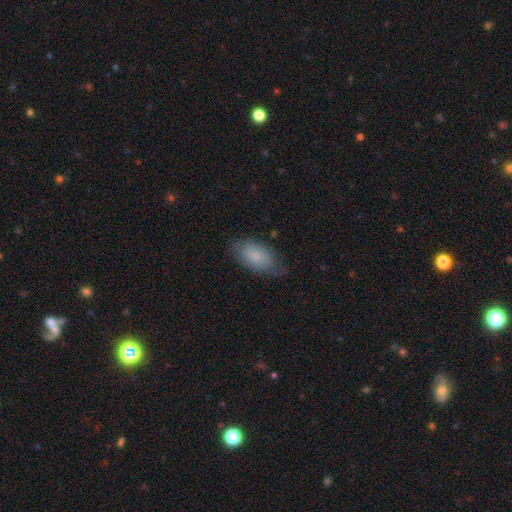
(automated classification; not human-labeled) A smooth galaxy with no disk features (82%) that is in between round and cigar-shaped (92%).

Vote fractions:
- Smooth or featured? smooth: 82% / featured or disk: 12% / star or artifact: 6%
- How rounded? in between: 92% / cigar-shaped: 5% / round: 3%
- Merging? none: 70% / minor disturbance: 23% / major disturbance: 6% / merger: 1%